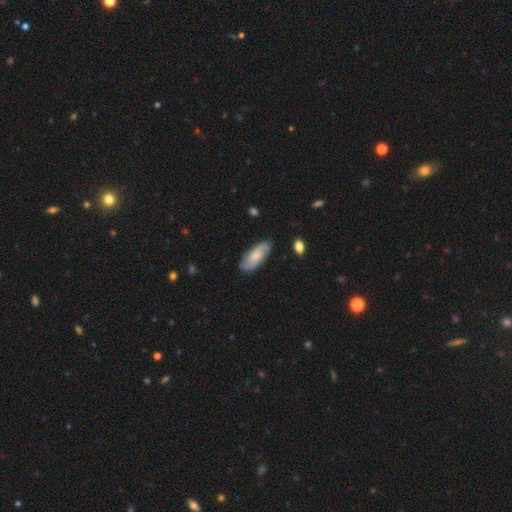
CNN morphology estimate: This appears to be a smooth galaxy with no disk features (48%). Merging: none (82%).